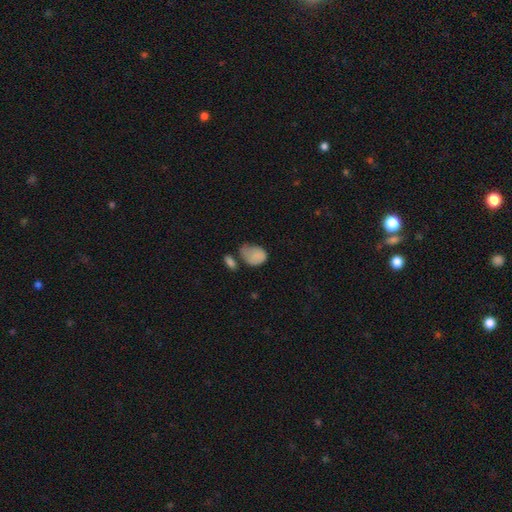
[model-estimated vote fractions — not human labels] smooth_or_featured: smooth (p=0.82) [alt: featured or disk p=0.09]
how_rounded: in between (p=0.74) [alt: round p=0.25]
merging: minor disturbance (p=0.34) [alt: none p=0.30]